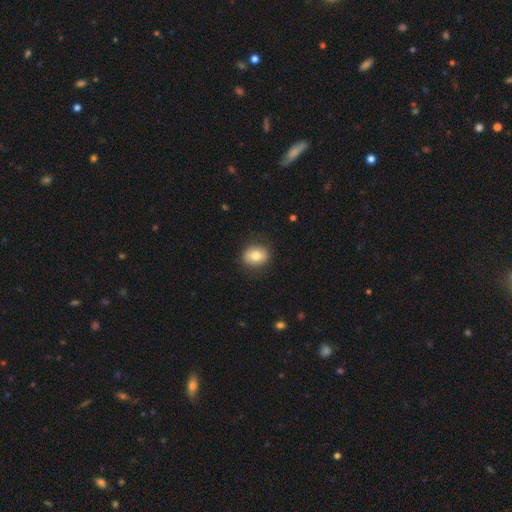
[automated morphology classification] Smooth or featured: smooth — 75% (featured or disk — 17%)
How rounded: round — 55% (in between — 44%)
Merging: none — 86% (minor disturbance — 10%)